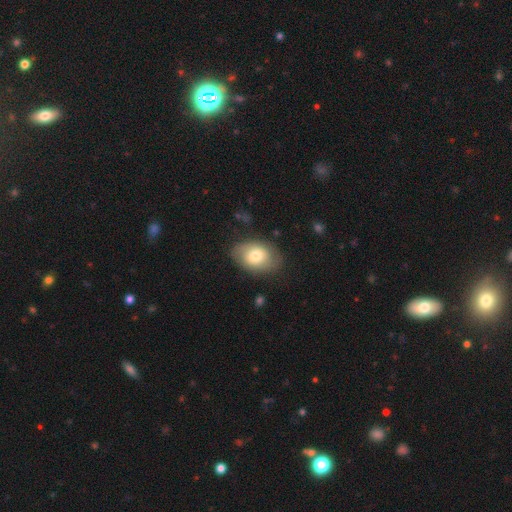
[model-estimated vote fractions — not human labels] smooth_or_featured: smooth (p=0.69) [alt: featured or disk p=0.25]
how_rounded: in between (p=0.80) [alt: round p=0.19]
merging: none (p=0.75) [alt: minor disturbance p=0.18]